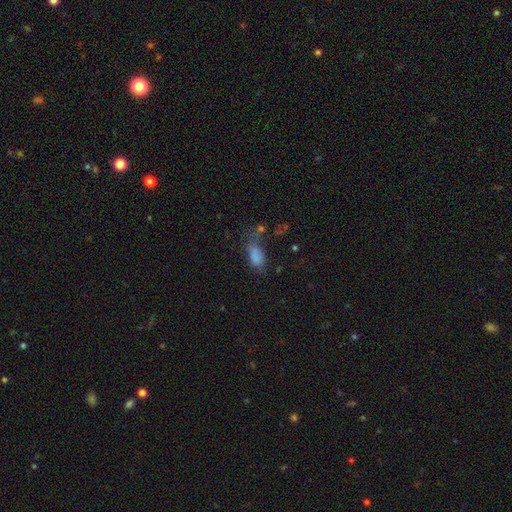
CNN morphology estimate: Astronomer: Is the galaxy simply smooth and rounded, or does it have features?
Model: smooth — 76%.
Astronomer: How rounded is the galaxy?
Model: in between — 87%.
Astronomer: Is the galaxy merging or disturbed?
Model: none — 32% (runner-up: major disturbance, 27%).